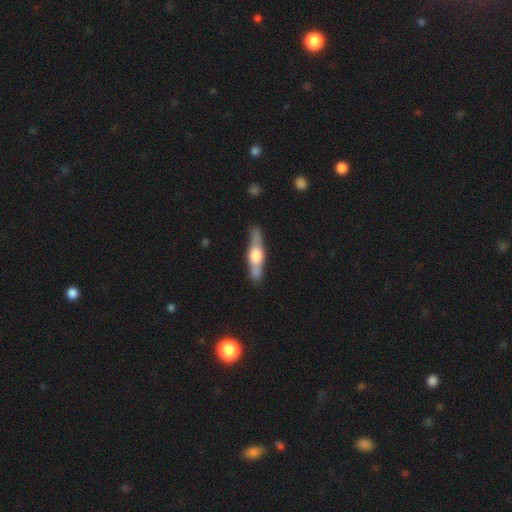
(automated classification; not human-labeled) Smooth or featured?
  - featured or disk: 63% *
  - smooth: 32%
  - star or artifact: 5%
Edge-on disk?
  - yes: 94% *
  - no: 6%
Edge-on bulge?
  - rounded: 90% *
  - boxy: 7%
  - none: 2%
Merging?
  - none: 84% *
  - minor disturbance: 11%
  - major disturbance: 2%
  - merger: 2%